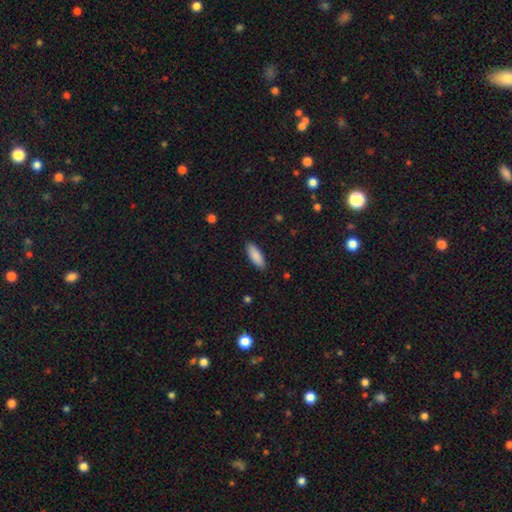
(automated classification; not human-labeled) smooth-or-featured: smooth: 89% | star or artifact: 6% | featured or disk: 6%
  how-rounded: in between: 67% | cigar-shaped: 31% | round: 2%
  merging: none: 89% | minor disturbance: 8% | major disturbance: 2% | merger: 1%